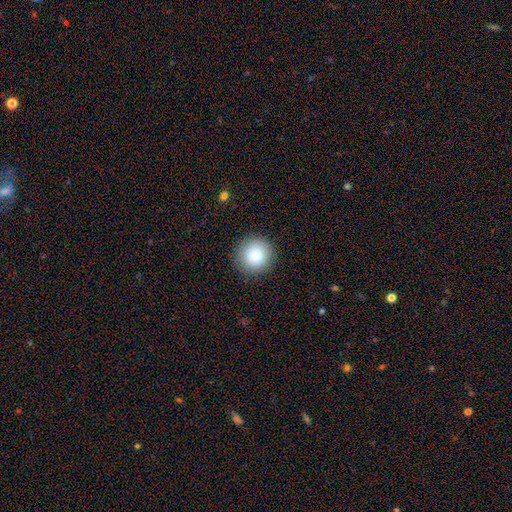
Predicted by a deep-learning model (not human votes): Overall: smooth (78%). How rounded: round (95%). Merging: none (91%).